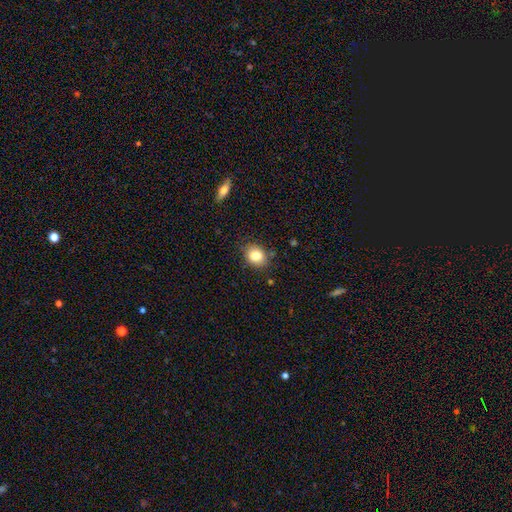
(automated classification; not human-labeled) Morphology: type=smooth (84%); roundness=round (55%); merging=none (80%).